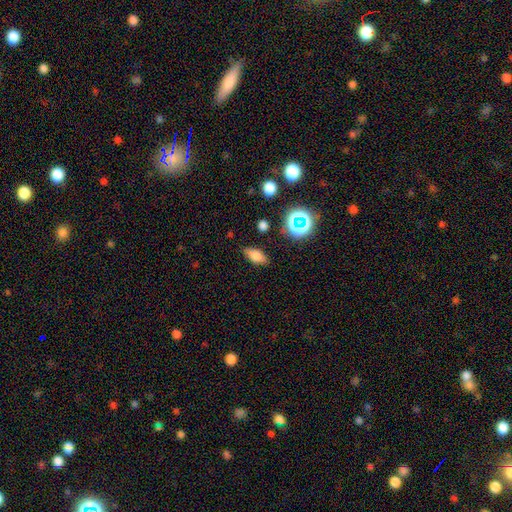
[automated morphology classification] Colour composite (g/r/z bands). It shows a smooth galaxy with no disk features (73%) that is in between round and cigar-shaped (80%). Merging: none (83%).